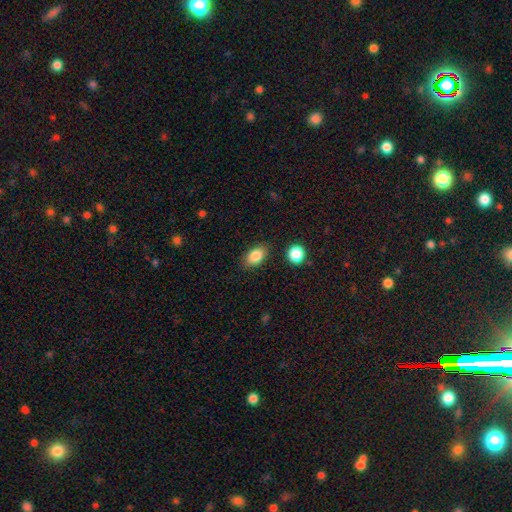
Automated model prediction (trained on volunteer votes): Smooth or featured?
  - smooth: 85% *
  - star or artifact: 8%
  - featured or disk: 7%
How rounded?
  - in between: 86% *
  - round: 12%
  - cigar-shaped: 2%
Merging?
  - none: 83% *
  - minor disturbance: 12%
  - major disturbance: 3%
  - merger: 3%